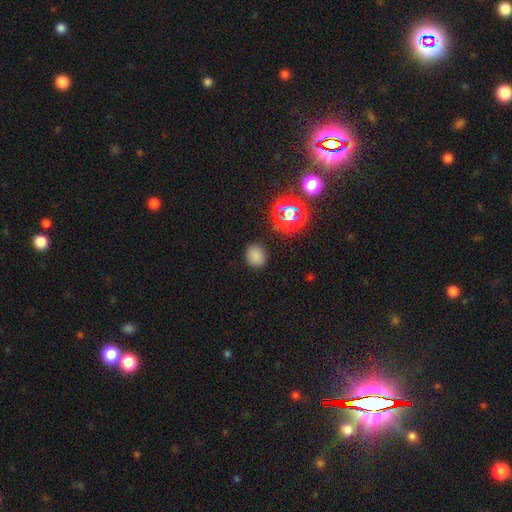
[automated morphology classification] smooth-or-featured: smooth: 75% | star or artifact: 20% | featured or disk: 5%
  how-rounded: round: 63% | in between: 36% | cigar-shaped: 1%
  merging: none: 86% | minor disturbance: 10% | major disturbance: 3% | merger: 2%